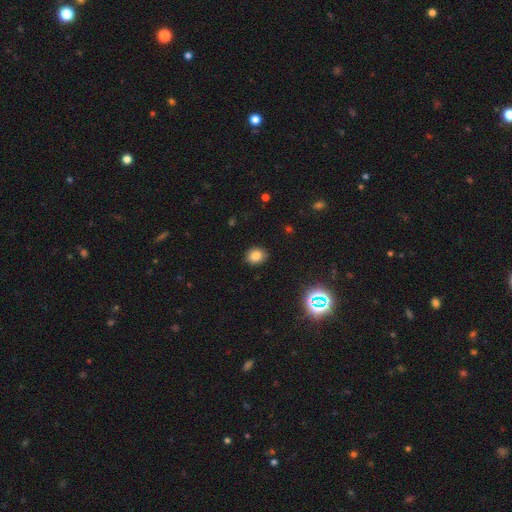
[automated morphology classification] Smooth or featured? smooth (80%)
How rounded? round (56%)
Merging? none (89%)